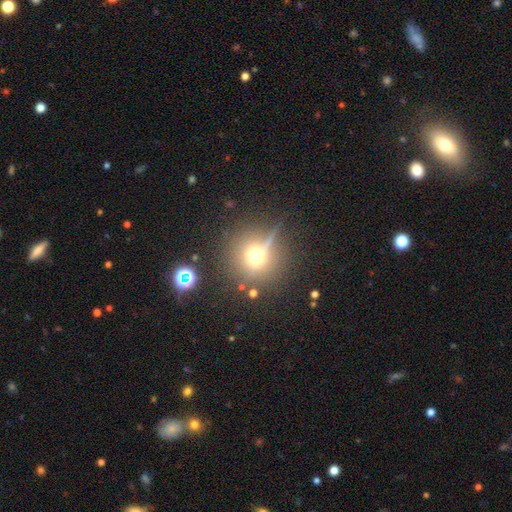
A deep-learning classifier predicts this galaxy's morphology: smooth_or_featured: smooth (p=0.55) [alt: star or artifact p=0.23]
how_rounded: round (p=0.93) [alt: in between p=0.06]
merging: none (p=0.77) [alt: minor disturbance p=0.12]